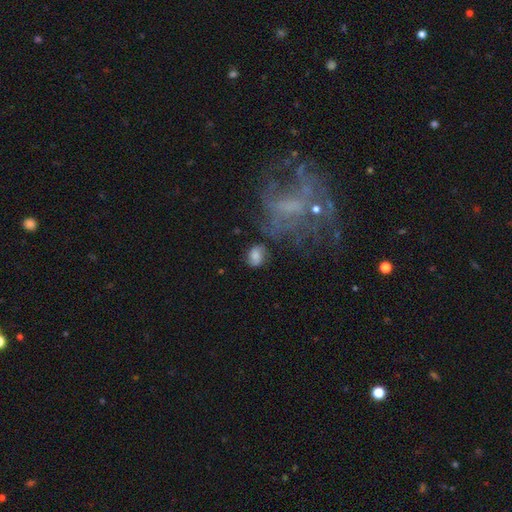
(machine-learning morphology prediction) Overall: smooth (70%). How rounded: in between (60%; round 39%). Merging: none (64%).